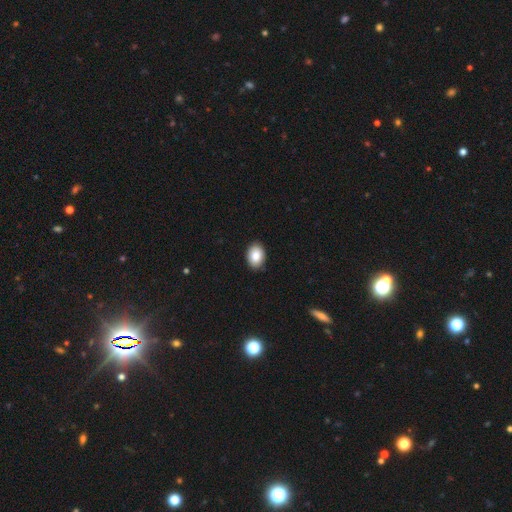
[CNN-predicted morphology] Smooth or featured: smooth — 88% (star or artifact — 7%)
How rounded: in between — 80% (round — 19%)
Merging: none — 88% (minor disturbance — 9%)